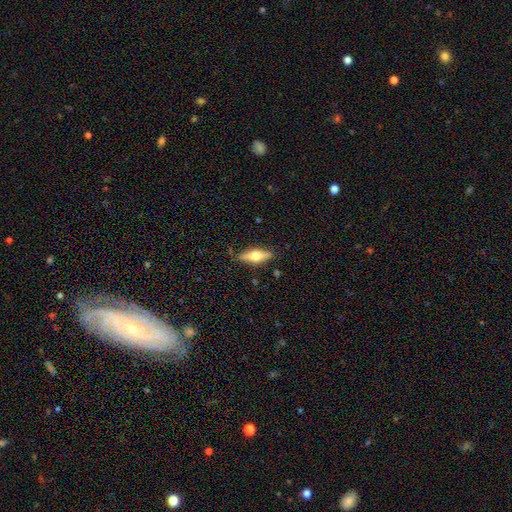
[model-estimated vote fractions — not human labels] featured or disk 55%, smooth 39%, star or artifact 6%. Down the decision tree: edge-on disk — yes (92%); edge-on bulge — rounded (94%); merging — none (82%).